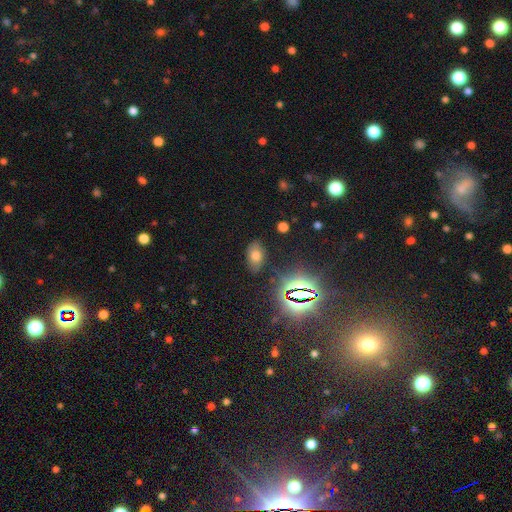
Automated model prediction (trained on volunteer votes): This appears to be a smooth galaxy with no disk features (63%) that is in between round and cigar-shaped (90%). Merging: none (81%).